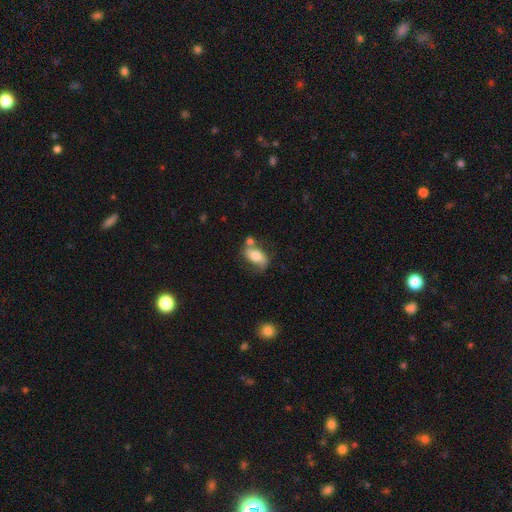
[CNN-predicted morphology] smooth 57%, featured or disk 35%, star or artifact 8%. Down the decision tree: how rounded — in between (86%); merging — none (48%).